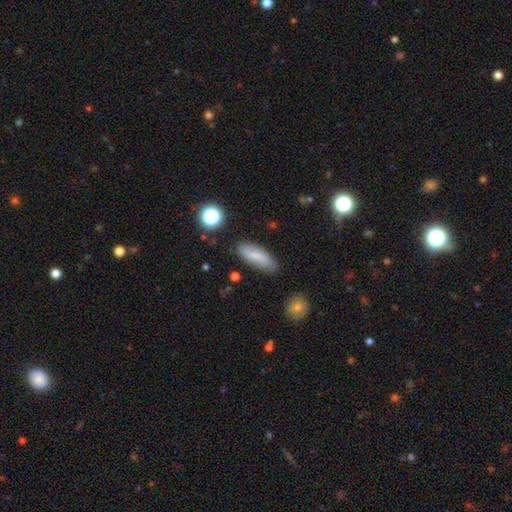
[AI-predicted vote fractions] This appears to be a smooth galaxy with no disk features (70%) that is in between round and cigar-shaped (65%). Merging: none (79%).